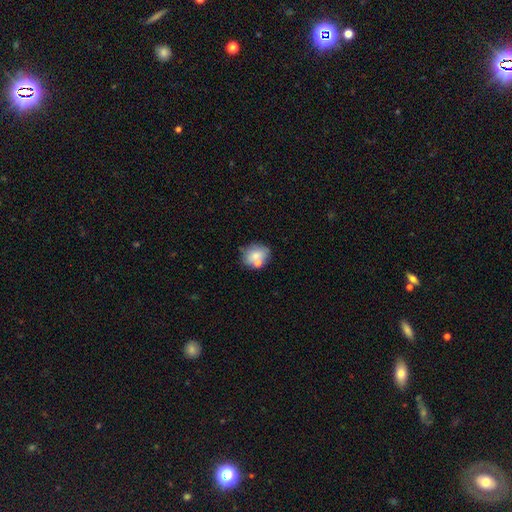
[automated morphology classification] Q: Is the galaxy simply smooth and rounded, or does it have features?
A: smooth — 71%.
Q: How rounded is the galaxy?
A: round — 51%.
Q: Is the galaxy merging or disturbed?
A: none — 59%.